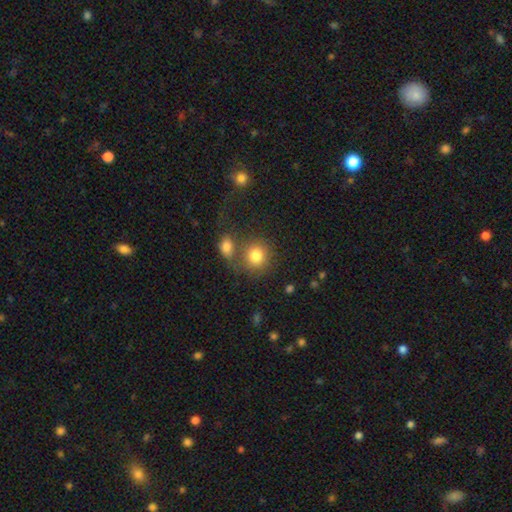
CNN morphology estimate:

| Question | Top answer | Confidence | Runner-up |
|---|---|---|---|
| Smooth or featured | smooth | 81% | star or artifact (10%) |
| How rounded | round | 81% | in between (18%) |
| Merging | none | 53% | merger (29%) |